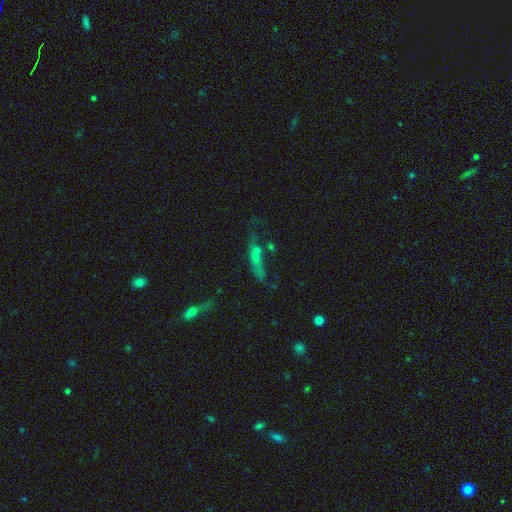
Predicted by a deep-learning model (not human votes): smooth 46%, featured or disk 36%, star or artifact 19%. Down the decision tree: merging — none (34%).